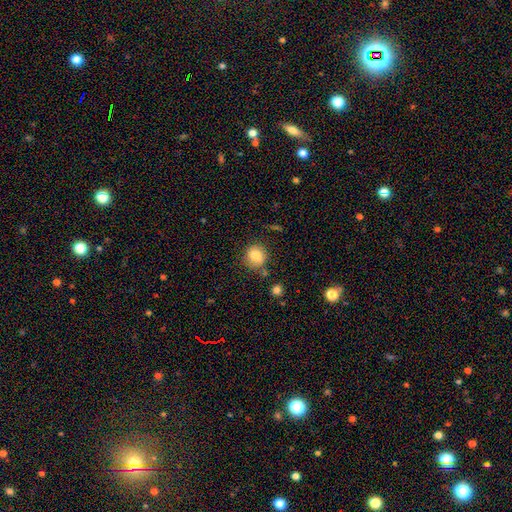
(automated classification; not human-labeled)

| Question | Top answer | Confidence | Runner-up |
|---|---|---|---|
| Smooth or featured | smooth | 82% | star or artifact (10%) |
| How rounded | round | 88% | in between (11%) |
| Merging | none | 80% | minor disturbance (12%) |